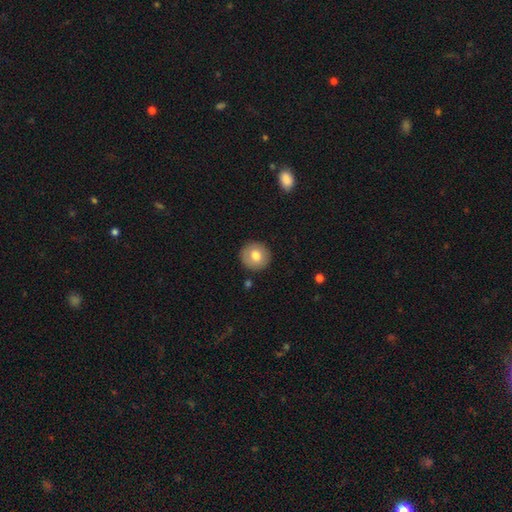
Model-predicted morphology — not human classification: Smooth or featured?
  - smooth: 74% *
  - featured or disk: 18%
  - star or artifact: 8%
How rounded?
  - round: 91% *
  - in between: 8%
  - cigar-shaped: 1%
Merging?
  - none: 90% *
  - minor disturbance: 7%
  - major disturbance: 2%
  - merger: 1%